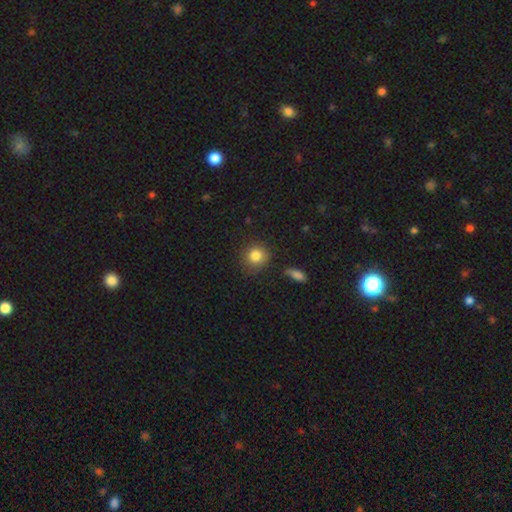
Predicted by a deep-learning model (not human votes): A smooth galaxy with no disk features (84%) that is round (88%).

Vote fractions:
- Smooth or featured? smooth: 84% / star or artifact: 10% / featured or disk: 6%
- How rounded? round: 88% / in between: 11% / cigar-shaped: 1%
- Merging? none: 82% / minor disturbance: 12% / major disturbance: 3% / merger: 3%